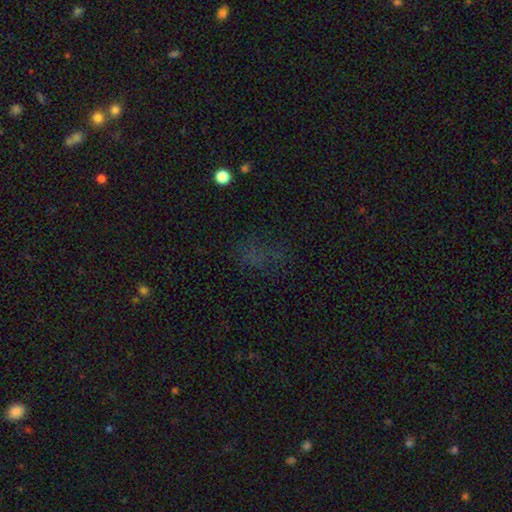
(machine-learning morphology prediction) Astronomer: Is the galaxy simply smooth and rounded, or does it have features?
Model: star or artifact — 45% (runner-up: smooth, 39%).